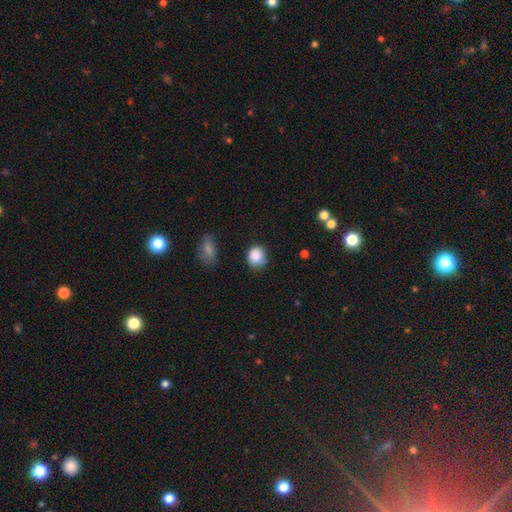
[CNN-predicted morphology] Smooth or featured? Predicted: smooth (p=0.88). How rounded? Predicted: round (p=0.74). Merging? Predicted: none (p=0.69).